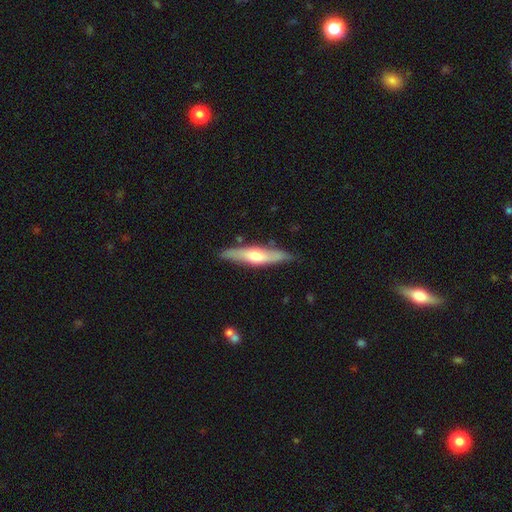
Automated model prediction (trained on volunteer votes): Smooth or featured? Predicted: featured or disk (p=0.50). Edge-on disk? Predicted: yes (p=0.86). Merging? Predicted: none (p=0.82).